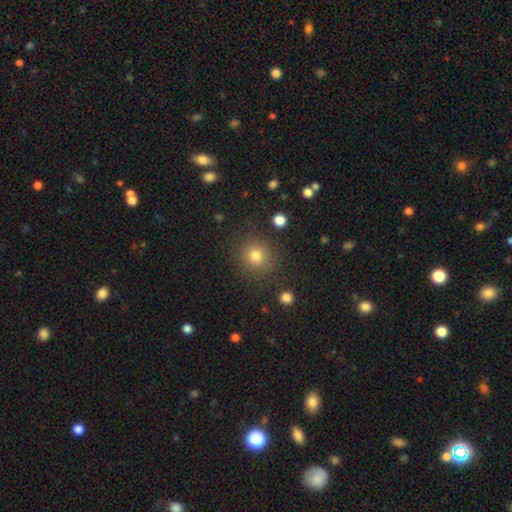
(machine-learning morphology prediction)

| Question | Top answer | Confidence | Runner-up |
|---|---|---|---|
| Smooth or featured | smooth | 79% | star or artifact (14%) |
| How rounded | round | 91% | in between (8%) |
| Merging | none | 87% | minor disturbance (8%) |